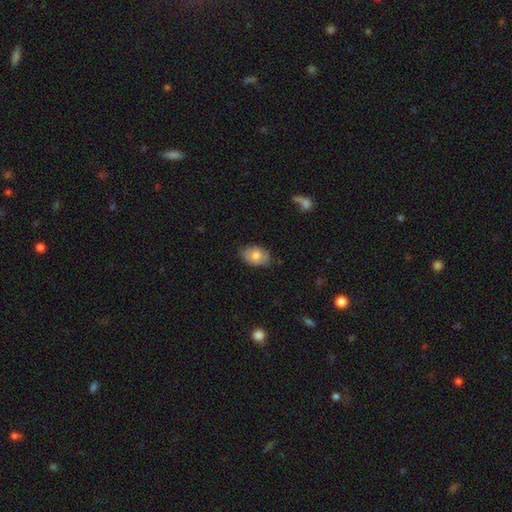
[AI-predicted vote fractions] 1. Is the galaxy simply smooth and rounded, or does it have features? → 72% smooth, 21% featured or disk, 7% star or artifact.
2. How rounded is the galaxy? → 83% in between, 16% round, 1% cigar-shaped.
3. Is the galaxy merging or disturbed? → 74% none, 21% minor disturbance, 4% major disturbance, 1% merger.